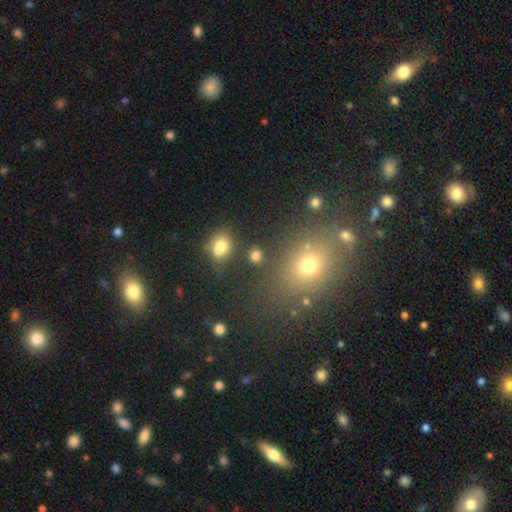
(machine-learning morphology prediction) Smooth or featured: smooth — 78% (star or artifact — 15%)
How rounded: round — 60% (in between — 38%)
Merging: none — 73% (merger — 12%)